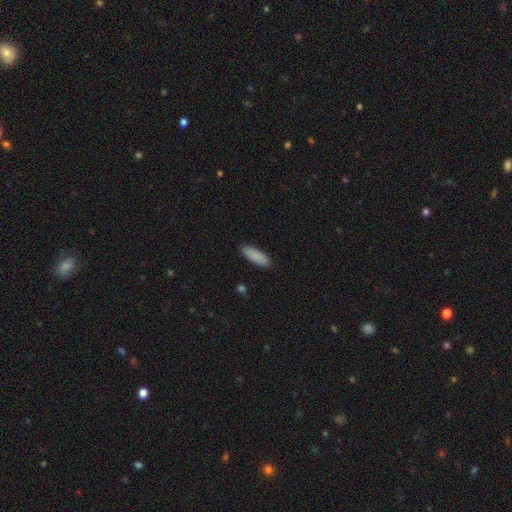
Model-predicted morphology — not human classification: A smooth galaxy with no disk features (89%) that is in between round and cigar-shaped (57%).

Vote fractions:
- Smooth or featured? smooth: 89% / star or artifact: 6% / featured or disk: 5%
- How rounded? in between: 57% / cigar-shaped: 42% / round: 2%
- Merging? none: 88% / minor disturbance: 9% / major disturbance: 2% / merger: 1%